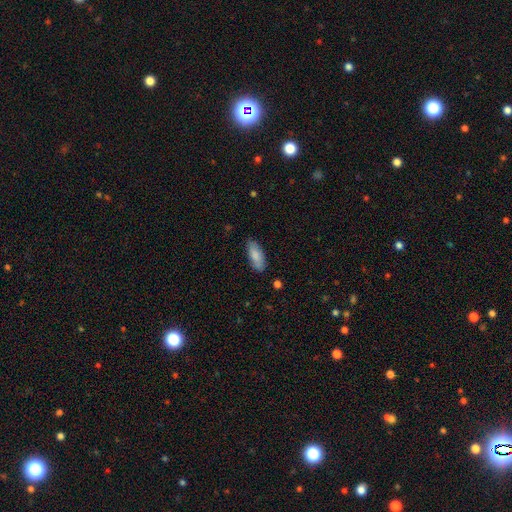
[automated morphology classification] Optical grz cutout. It shows a smooth galaxy with no disk features (83%) that is in between round and cigar-shaped (78%). Merging: none (82%).